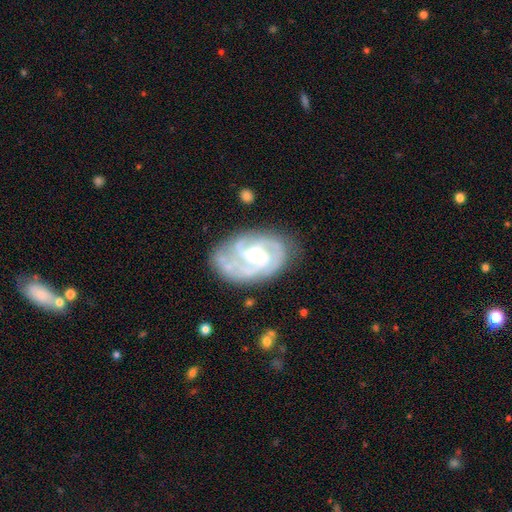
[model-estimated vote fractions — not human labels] featured or disk 88%, smooth 8%, star or artifact 5%. Down the decision tree: edge-on disk — no (98%); bar — no (57%); spiral arms — yes (97%); spiral arm count — 3 (38%); spiral winding — tight (61%); bulge size — small (55%); merging — none (71%).